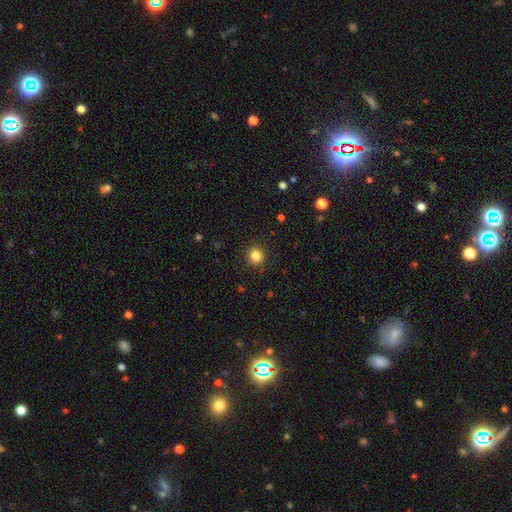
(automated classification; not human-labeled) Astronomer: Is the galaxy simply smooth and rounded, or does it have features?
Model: smooth — 85%.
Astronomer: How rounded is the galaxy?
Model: round — 93%.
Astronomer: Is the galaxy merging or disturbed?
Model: none — 91%.